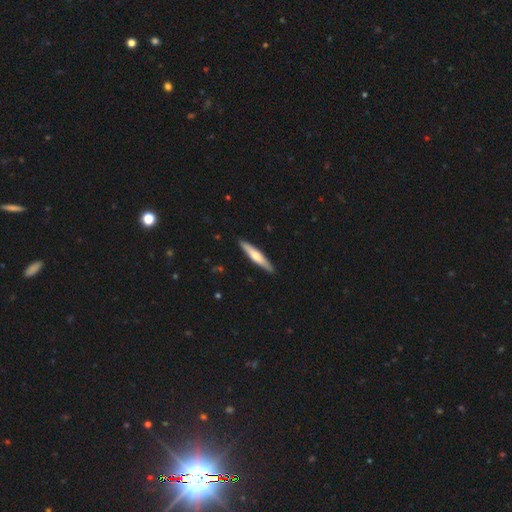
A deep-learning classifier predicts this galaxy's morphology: Smooth or featured?
  - smooth: 50% *
  - featured or disk: 45%
  - star or artifact: 5%
How rounded?
  - cigar-shaped: 89% *
  - in between: 10%
  - round: 1%
Merging?
  - none: 91% *
  - minor disturbance: 7%
  - major disturbance: 1%
  - merger: 1%